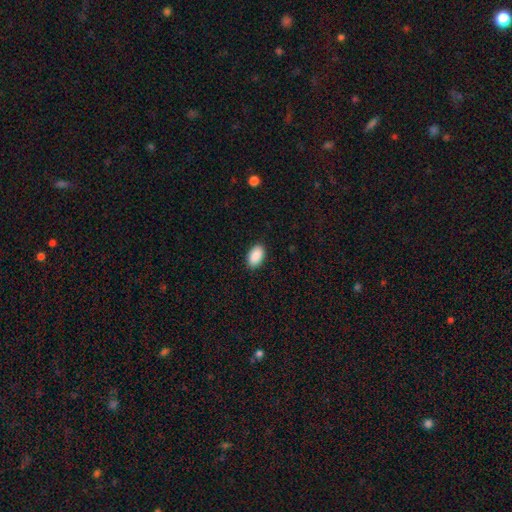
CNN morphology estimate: This is clearly a smooth galaxy (91%). How rounded: clearly in between (93%). Merging: clearly none (89%).